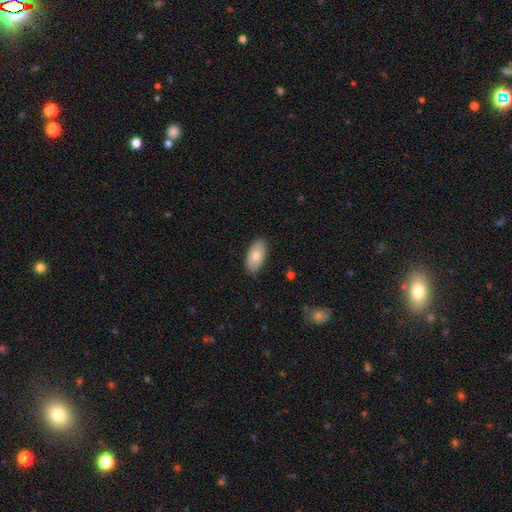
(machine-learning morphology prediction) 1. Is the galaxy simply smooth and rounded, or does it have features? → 73% smooth, 21% featured or disk, 6% star or artifact.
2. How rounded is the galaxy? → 94% in between, 4% round, 2% cigar-shaped.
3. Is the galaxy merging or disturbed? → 86% none, 11% minor disturbance, 2% major disturbance, 1% merger.